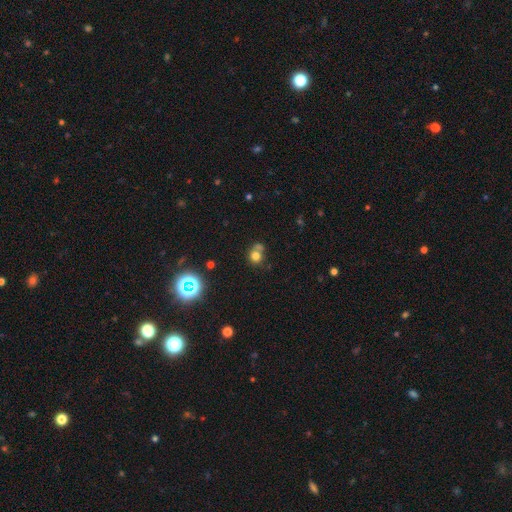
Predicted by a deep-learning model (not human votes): smooth 73%, star or artifact 16%, featured or disk 11%. Down the decision tree: how rounded — round (79%); merging — none (48%).